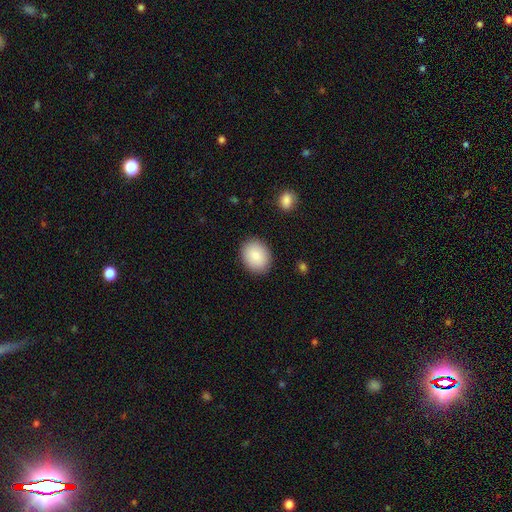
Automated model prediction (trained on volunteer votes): A smooth galaxy with no disk features (85%) that is round (52%). Merging: none (88%).